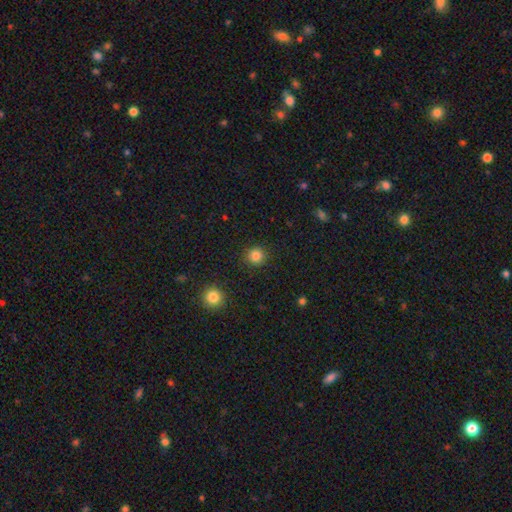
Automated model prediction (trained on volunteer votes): A smooth galaxy with no disk features (84%) that is round (93%). Merging: none (91%).